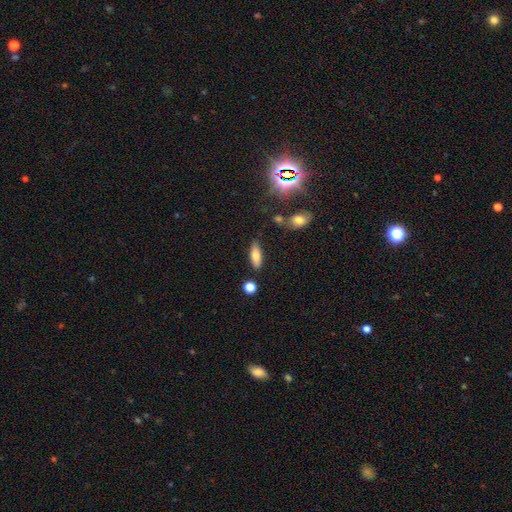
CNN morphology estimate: Smooth or featured? Predicted: smooth (p=0.74). How rounded? Predicted: in between (p=0.64). Merging? Predicted: none (p=0.80).